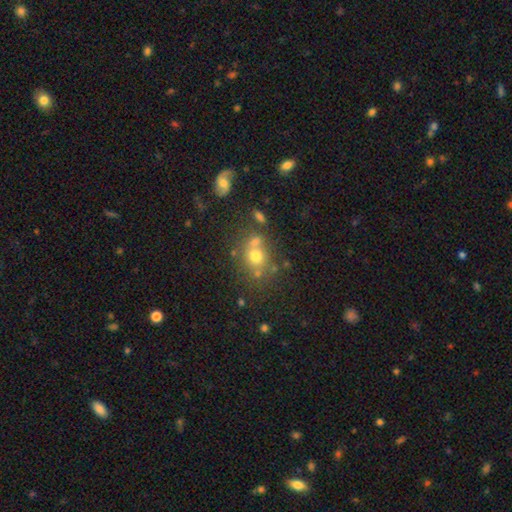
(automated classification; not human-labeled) smooth_or_featured: smooth (p=0.66) [alt: star or artifact p=0.17]
how_rounded: round (p=0.70) [alt: in between p=0.29]
merging: none (p=0.53) [alt: merger p=0.28]